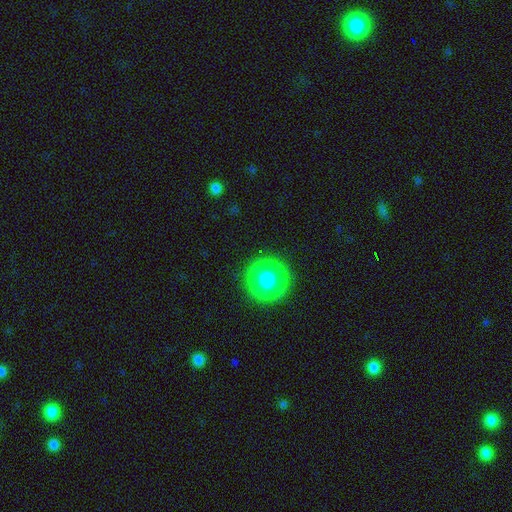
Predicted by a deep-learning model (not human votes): The model was most divided on "smooth or featured": star or artifact: 57%, smooth: 38%, featured or disk: 5%.